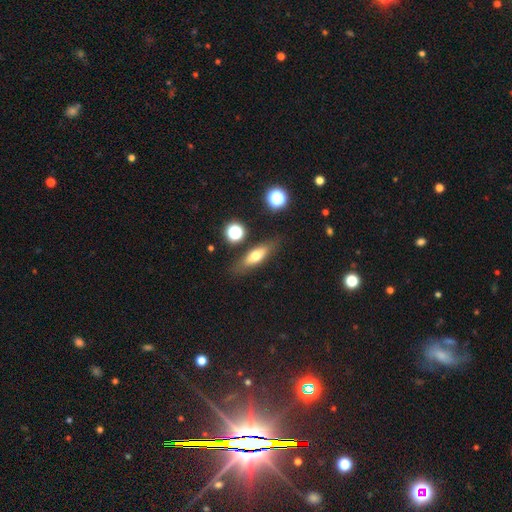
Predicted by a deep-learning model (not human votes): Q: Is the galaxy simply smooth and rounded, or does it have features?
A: smooth — 59%.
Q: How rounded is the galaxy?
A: in between — 52%.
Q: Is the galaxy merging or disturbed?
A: none — 79%.